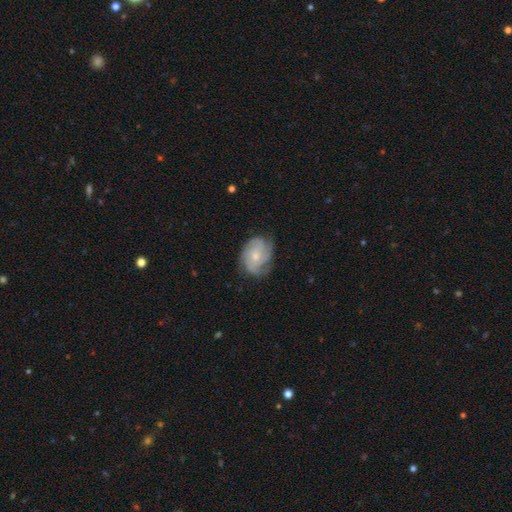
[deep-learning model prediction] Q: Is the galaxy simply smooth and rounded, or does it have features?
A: featured or disk — 77%.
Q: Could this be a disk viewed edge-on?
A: no — 98%.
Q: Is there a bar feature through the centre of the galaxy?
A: no — 74%.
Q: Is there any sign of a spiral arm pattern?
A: yes — 95%.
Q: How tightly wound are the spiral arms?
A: tight — 55%.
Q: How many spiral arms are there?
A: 3 — 41%.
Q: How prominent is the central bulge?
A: small — 49%.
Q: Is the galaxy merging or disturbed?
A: none — 70%.